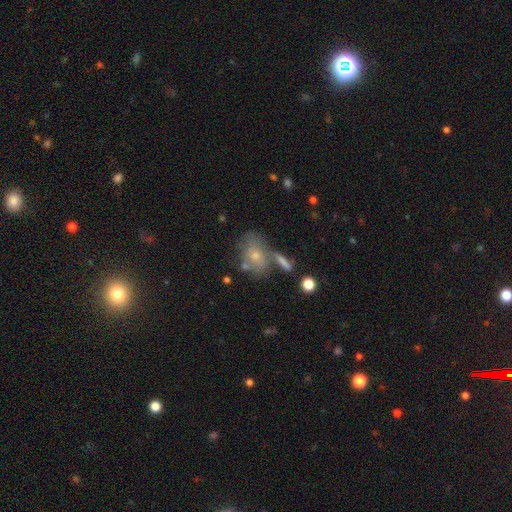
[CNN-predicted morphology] Smooth or featured? Predicted: smooth (p=0.46). Merging? Predicted: none (p=0.49).